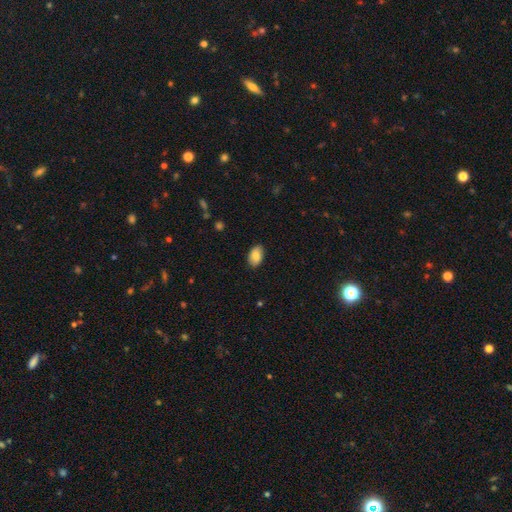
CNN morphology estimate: Smooth or featured: smooth — 83% (featured or disk — 10%)
How rounded: in between — 92% (round — 7%)
Merging: none — 86% (minor disturbance — 11%)